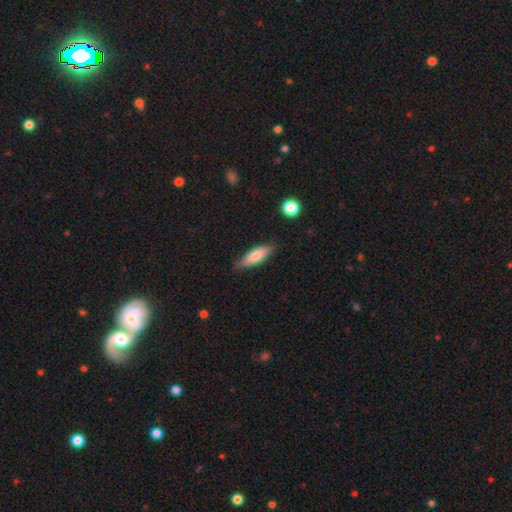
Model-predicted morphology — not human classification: Smooth or featured? smooth (70%)
How rounded? in between (52%)
Merging? none (76%)